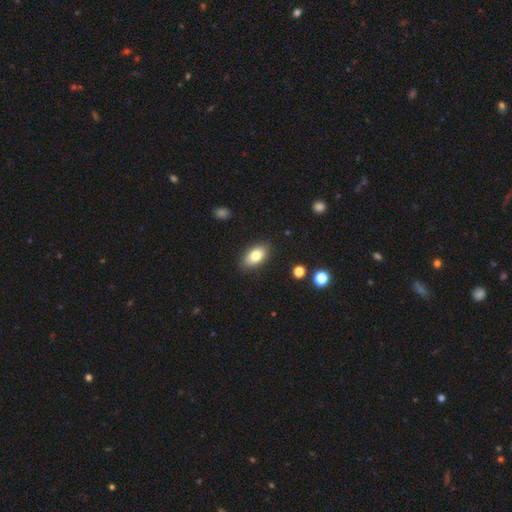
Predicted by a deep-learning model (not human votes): Smooth or featured? smooth (78%)
How rounded? in between (91%)
Merging? none (87%)